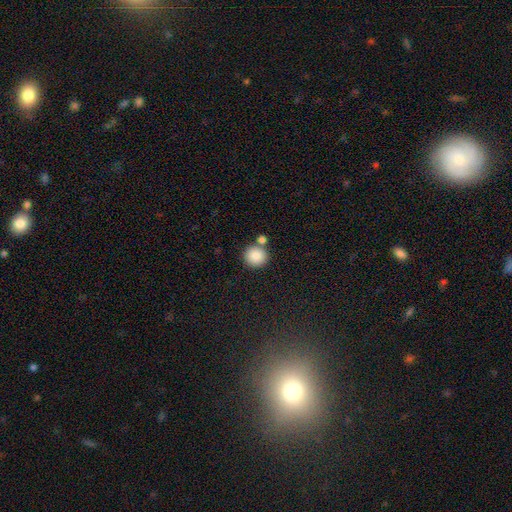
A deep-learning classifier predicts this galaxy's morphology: smooth_or_featured: smooth (p=0.87) [alt: star or artifact p=0.09]
how_rounded: round (p=0.91) [alt: in between p=0.08]
merging: none (p=0.71) [alt: merger p=0.18]